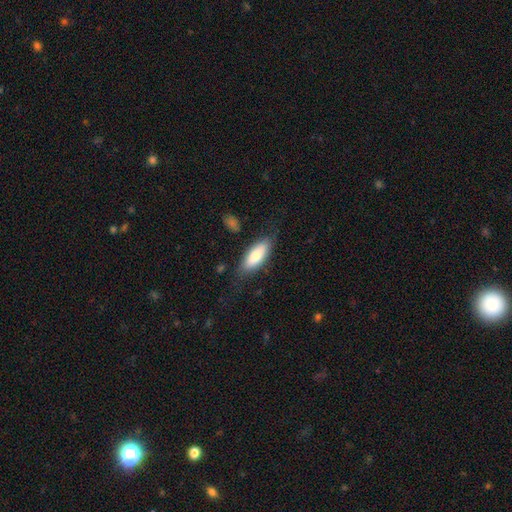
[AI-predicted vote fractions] Smooth or featured?
  - smooth: 76% *
  - featured or disk: 18%
  - star or artifact: 6%
How rounded?
  - in between: 75% *
  - cigar-shaped: 23%
  - round: 2%
Merging?
  - none: 73% *
  - minor disturbance: 18%
  - major disturbance: 6%
  - merger: 2%